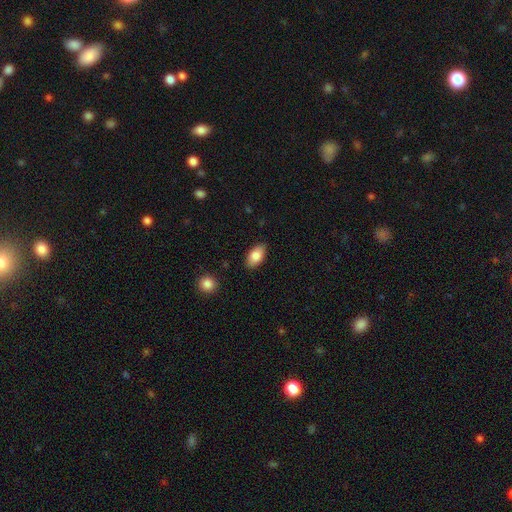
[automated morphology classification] Smooth or featured?
  - smooth: 83% *
  - featured or disk: 10%
  - star or artifact: 7%
How rounded?
  - in between: 93% *
  - round: 4%
  - cigar-shaped: 3%
Merging?
  - none: 87% *
  - minor disturbance: 10%
  - major disturbance: 2%
  - merger: 1%